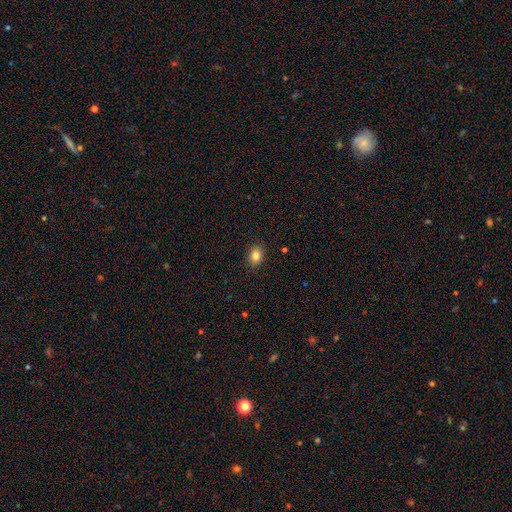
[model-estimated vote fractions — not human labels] Smooth or featured? Predicted: smooth (p=0.83). How rounded? Predicted: in between (p=0.59). Merging? Predicted: none (p=0.89).